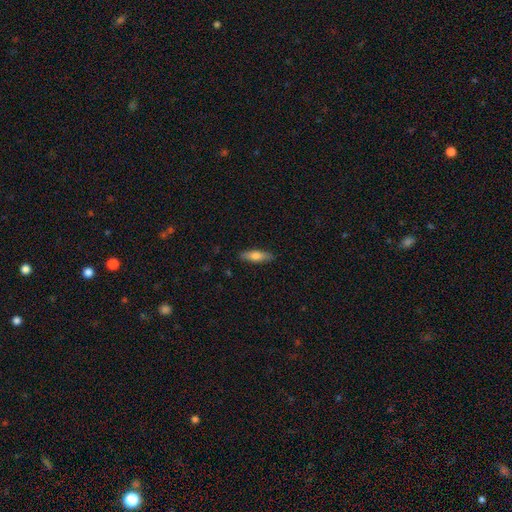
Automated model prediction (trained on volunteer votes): Morphology: type=smooth (69%); roundness=cigar-shaped (52%); merging=none (89%).